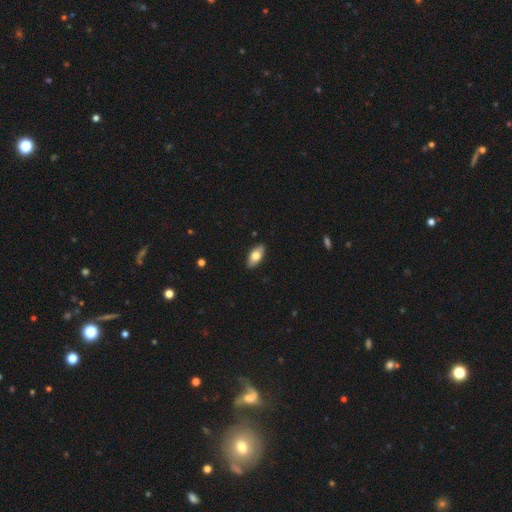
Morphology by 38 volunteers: Q: Smooth or featured?
A: smooth (76%); runner-up: featured or disk (21%)
Q: How rounded?
A: in between (90%); runner-up: cigar-shaped (10%)
Q: Merging?
A: none (95%); runner-up: minor disturbance (5%)